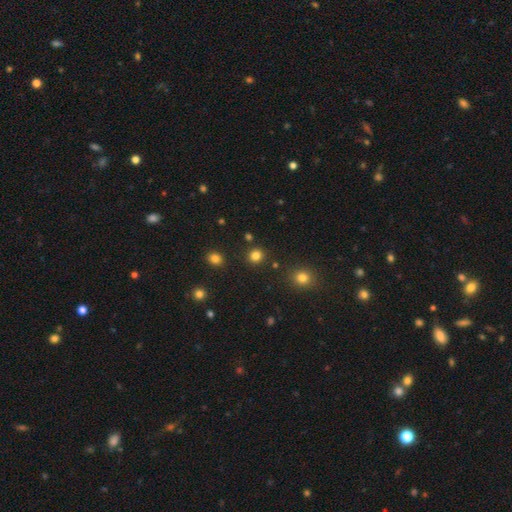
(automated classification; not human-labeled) Smooth or featured? smooth (82%)
How rounded? round (91%)
Merging? none (89%)